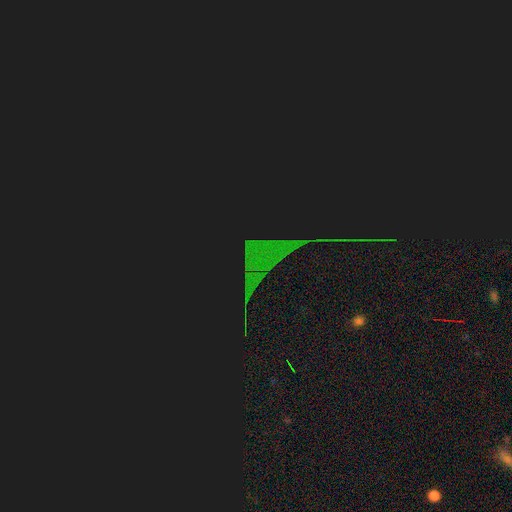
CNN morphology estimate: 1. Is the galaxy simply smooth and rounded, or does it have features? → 84% star or artifact, 9% smooth, 7% featured or disk.